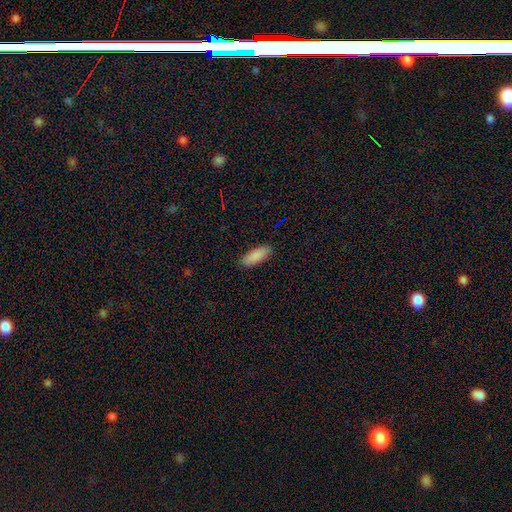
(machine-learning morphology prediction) Smooth or featured? smooth (89%)
How rounded? in between (74%)
Merging? none (88%)